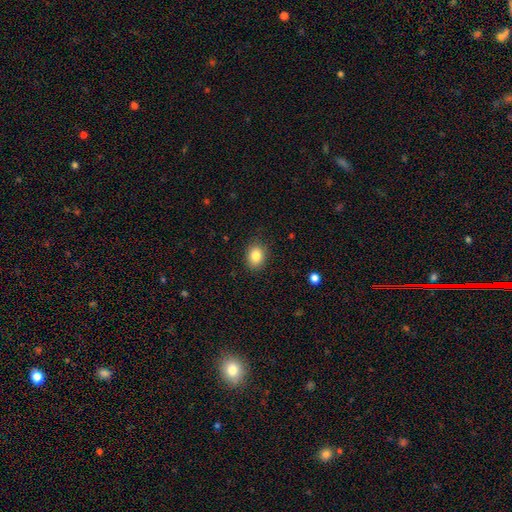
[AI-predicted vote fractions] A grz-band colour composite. It shows a smooth galaxy with no disk features (84%) that is in between round and cigar-shaped (50%). Merging: none (87%).